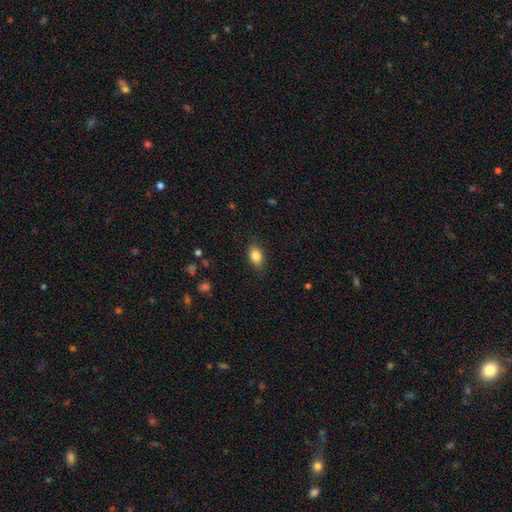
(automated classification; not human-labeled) Overall: smooth (85%). How rounded: in between (86%). Merging: none (85%).